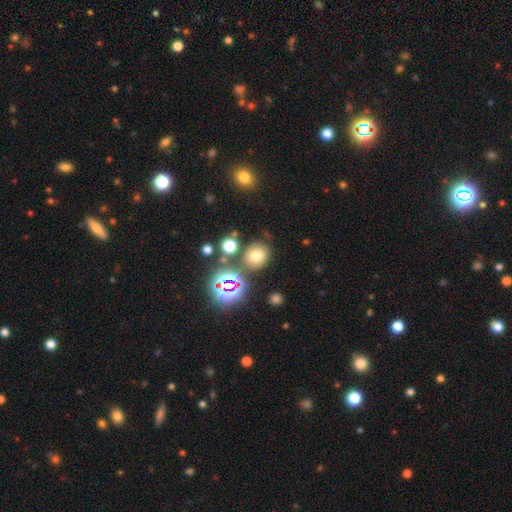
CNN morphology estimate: smooth 61%, star or artifact 25%, featured or disk 14%. Down the decision tree: how rounded — round (66%); merging — none (70%).